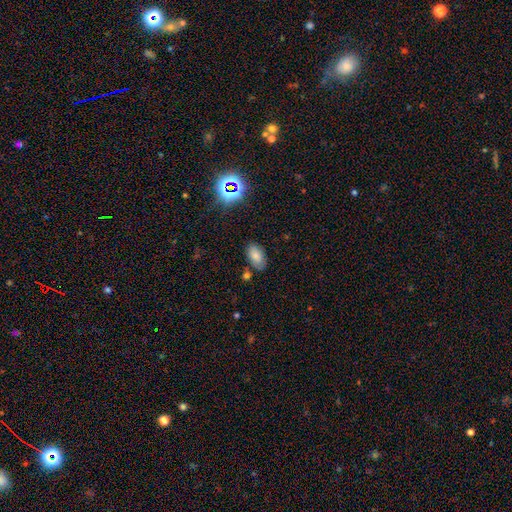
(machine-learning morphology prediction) A smooth galaxy with no disk features (77%) that is in between round and cigar-shaped (93%).

Vote fractions:
- Smooth or featured? smooth: 77% / star or artifact: 13% / featured or disk: 10%
- How rounded? in between: 93% / round: 5% / cigar-shaped: 2%
- Merging? none: 78% / minor disturbance: 14% / merger: 5% / major disturbance: 3%